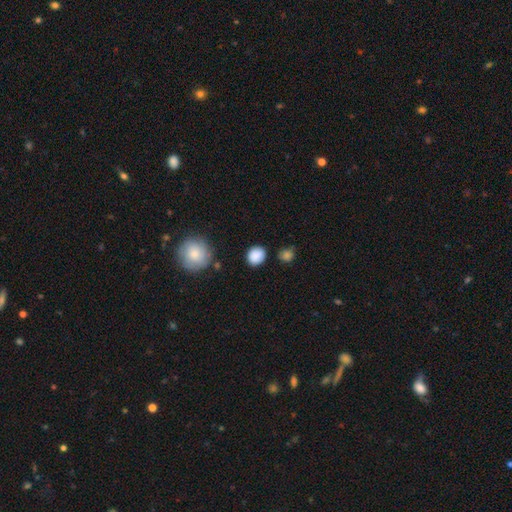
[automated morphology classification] Smooth or featured: smooth — 87% (star or artifact — 8%)
How rounded: round — 76% (in between — 23%)
Merging: none — 80% (minor disturbance — 13%)